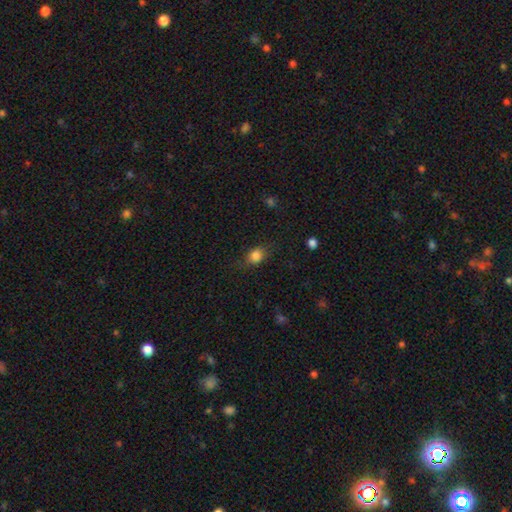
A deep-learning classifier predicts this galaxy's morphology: This appears to be a smooth galaxy with no disk features (83%) that is round (50%). Merging: none (76%).